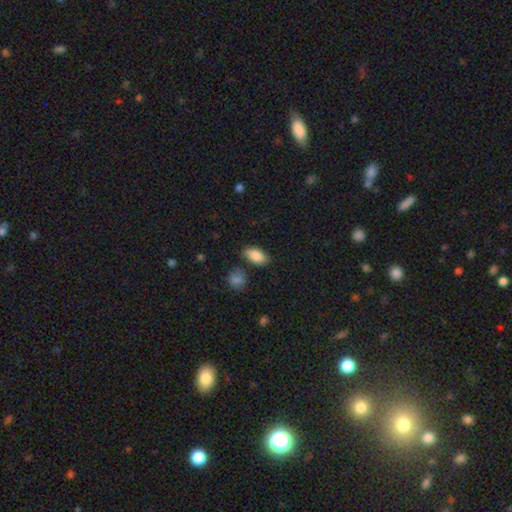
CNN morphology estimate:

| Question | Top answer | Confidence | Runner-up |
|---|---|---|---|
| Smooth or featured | smooth | 88% | star or artifact (7%) |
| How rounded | in between | 92% | cigar-shaped (4%) |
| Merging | none | 79% | minor disturbance (13%) |